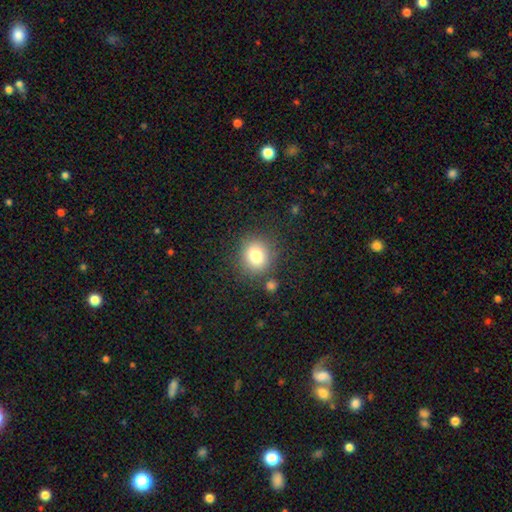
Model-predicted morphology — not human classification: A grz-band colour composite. It shows a smooth galaxy with no disk features (79%) that is round (86%). Merging: none (81%).